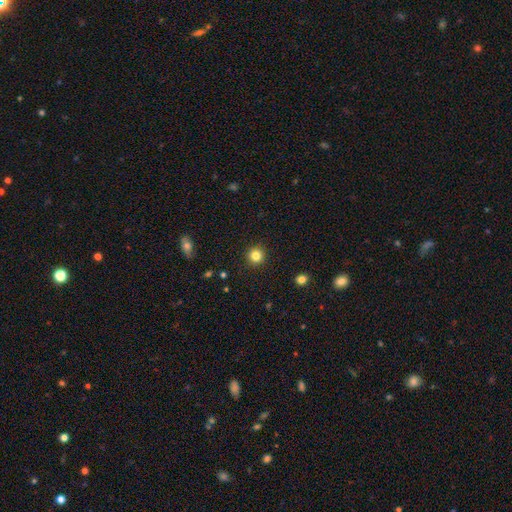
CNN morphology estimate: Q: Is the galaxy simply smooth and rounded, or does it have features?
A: smooth — 83%.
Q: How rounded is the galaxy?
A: round — 94%.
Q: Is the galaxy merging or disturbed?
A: none — 92%.